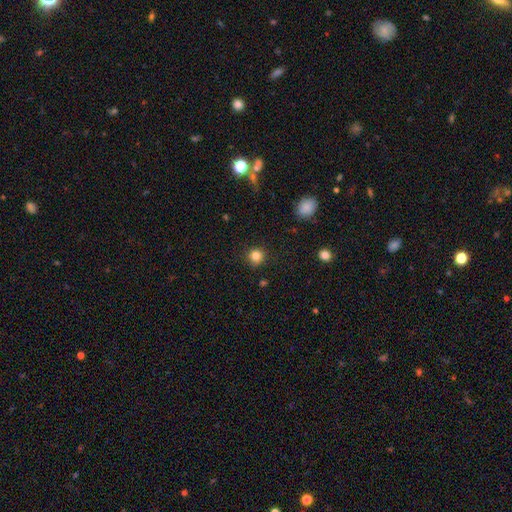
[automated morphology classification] Smooth or featured: smooth — 83% (star or artifact — 12%)
How rounded: round — 92% (in between — 7%)
Merging: none — 89% (minor disturbance — 7%)